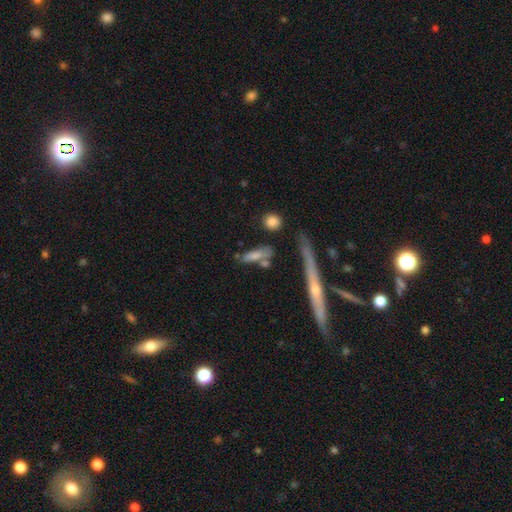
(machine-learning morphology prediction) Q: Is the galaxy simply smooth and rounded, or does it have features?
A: smooth — 69%.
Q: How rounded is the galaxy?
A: cigar-shaped — 60%.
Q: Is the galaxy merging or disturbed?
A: none — 52%.